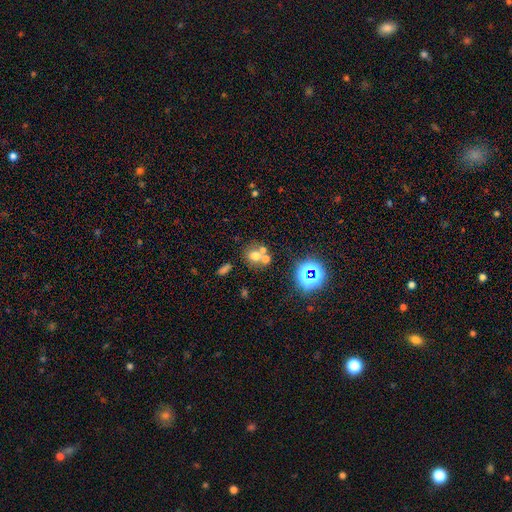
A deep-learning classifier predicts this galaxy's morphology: This is possibly a smooth galaxy (60%). How rounded: likely round (72%). Merging: possibly none (47%).